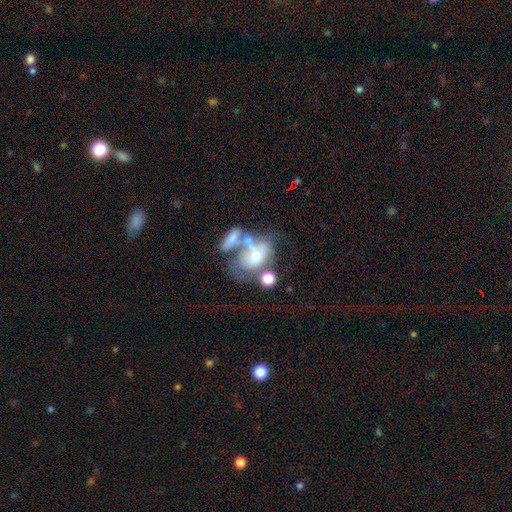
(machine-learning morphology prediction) smooth-or-featured: featured or disk: 45% | smooth: 44% | star or artifact: 11%
  merging: merger: 49% | major disturbance: 23% | none: 16% | minor disturbance: 12%